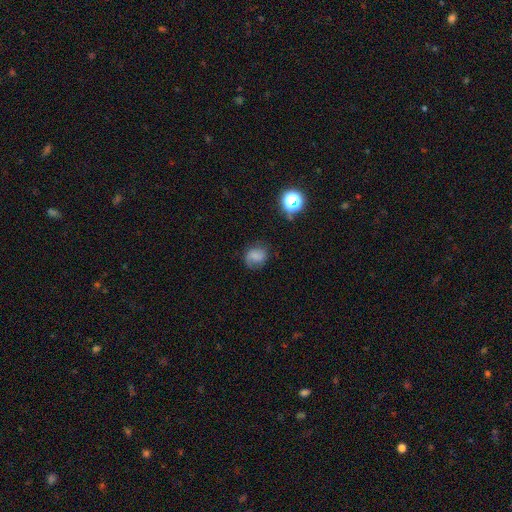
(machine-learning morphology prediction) The model was most divided on "how rounded": round: 55%, in between: 44%, cigar-shaped: 1%. More confident: smooth or featured — smooth (66%); merging — none (62%).